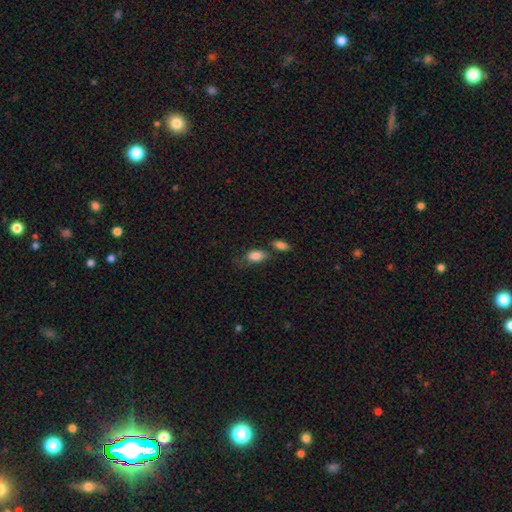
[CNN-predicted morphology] smooth-or-featured: smooth: 84% | featured or disk: 8% | star or artifact: 8%
  how-rounded: in between: 89% | round: 8% | cigar-shaped: 4%
  merging: none: 47% | minor disturbance: 26% | merger: 16% | major disturbance: 12%